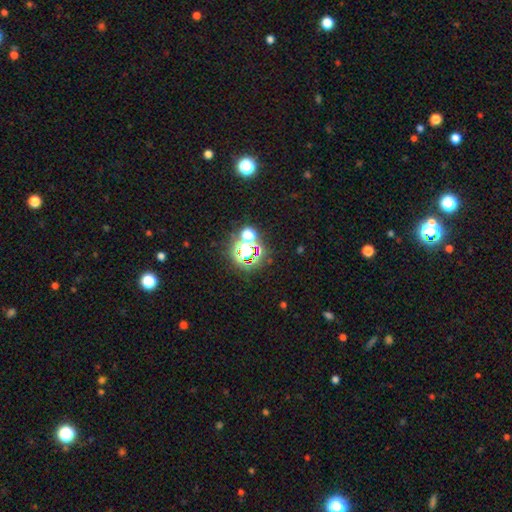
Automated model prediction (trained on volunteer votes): Smooth or featured? star or artifact (70%)